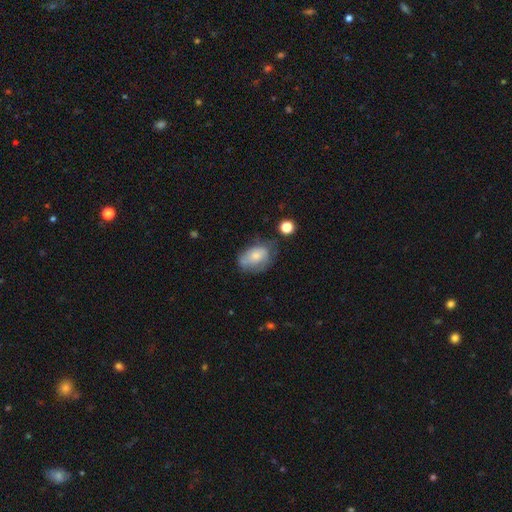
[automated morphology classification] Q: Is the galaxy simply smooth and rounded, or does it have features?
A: smooth — 65%.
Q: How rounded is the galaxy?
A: in between — 85%.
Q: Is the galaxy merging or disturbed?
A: none — 49%.